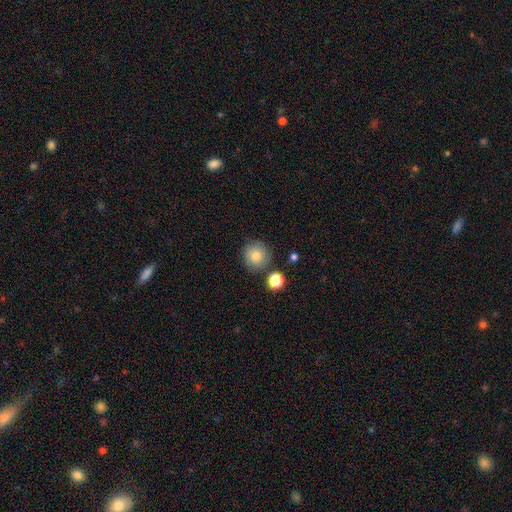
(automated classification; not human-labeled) Smooth or featured?
  - smooth: 78% *
  - featured or disk: 11%
  - star or artifact: 10%
How rounded?
  - round: 93% *
  - in between: 6%
  - cigar-shaped: 1%
Merging?
  - none: 81% *
  - minor disturbance: 10%
  - merger: 6%
  - major disturbance: 3%